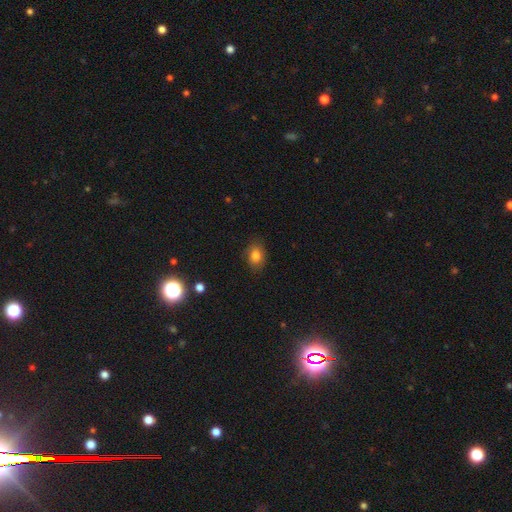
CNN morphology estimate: Smooth or featured? Predicted: smooth (p=0.81). How rounded? Predicted: in between (p=0.74). Merging? Predicted: none (p=0.83).